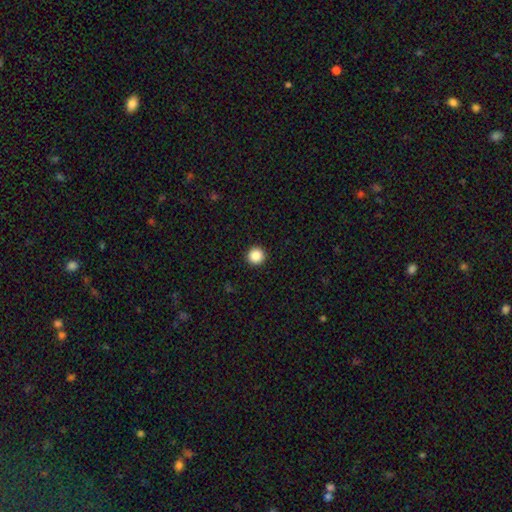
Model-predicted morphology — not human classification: The model was most divided on "smooth or featured": smooth: 88%, star or artifact: 9%, featured or disk: 2%. More confident: how rounded — round (96%); merging — none (93%).